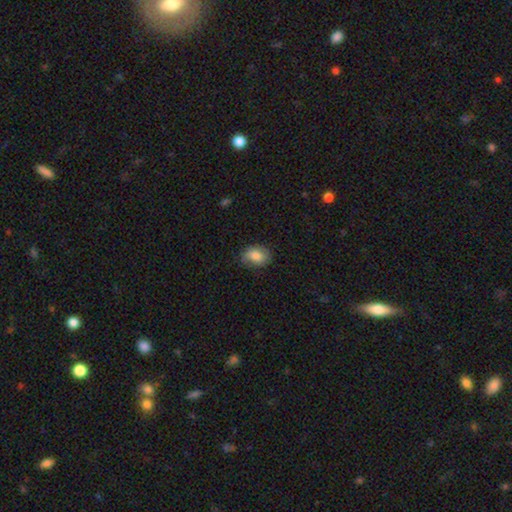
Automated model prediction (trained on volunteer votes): smooth 79%, featured or disk 14%, star or artifact 8%. Down the decision tree: how rounded — in between (75%); merging — none (72%).